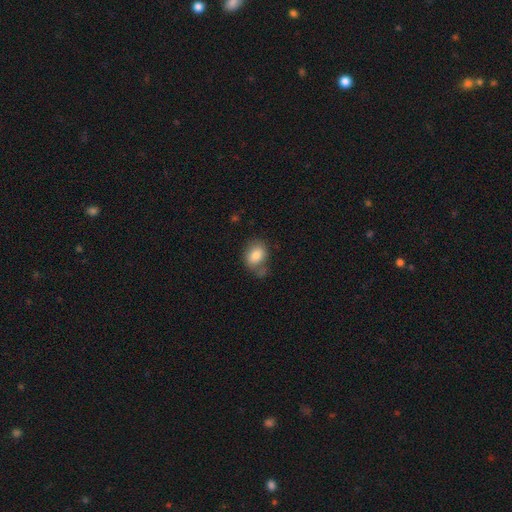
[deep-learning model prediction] This appears to be a smooth galaxy with no disk features (80%) that is in between round and cigar-shaped (61%). Merging: none (52%).